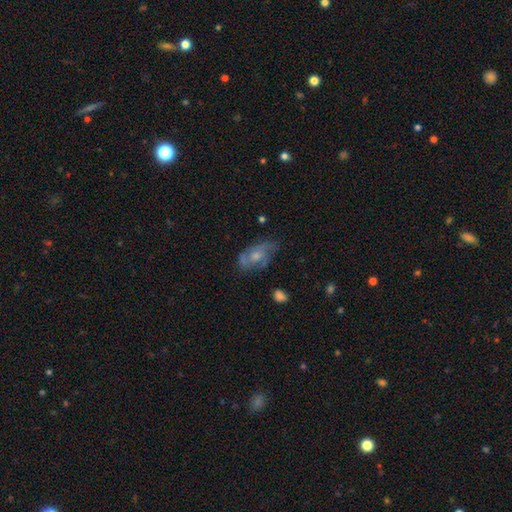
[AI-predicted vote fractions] A featured or disk galaxy (61%) with no bar (74%), spiral arms (74%) and a moderate central bulge (52%).

Vote fractions:
- Smooth or featured? featured or disk: 61% / smooth: 30% / star or artifact: 9%
- Edge-on disk? no: 94% / yes: 6%
- Bar? no: 74% / weak: 23% / strong: 4%
- Spiral arms? yes: 74% / no: 26%
- Bulge size? moderate: 52% / small: 34% / none: 7% / large: 6% / dominant: 1%
- Merging? none: 58% / minor disturbance: 25% / major disturbance: 13% / merger: 3%